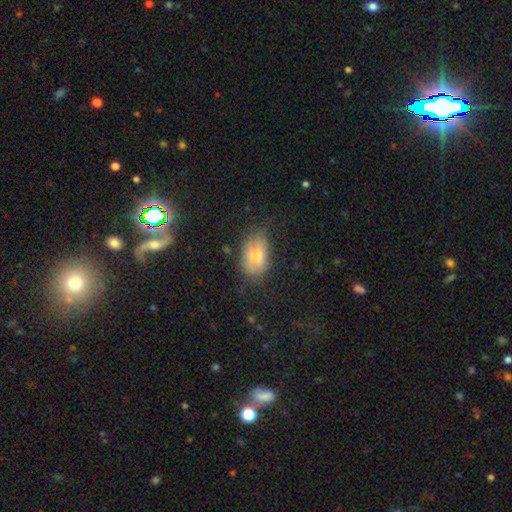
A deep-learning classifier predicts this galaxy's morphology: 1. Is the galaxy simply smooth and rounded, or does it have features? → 71% smooth, 20% featured or disk, 9% star or artifact.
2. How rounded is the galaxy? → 88% in between, 11% round, 2% cigar-shaped.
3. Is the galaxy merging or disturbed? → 49% none, 34% minor disturbance, 14% major disturbance, 3% merger.